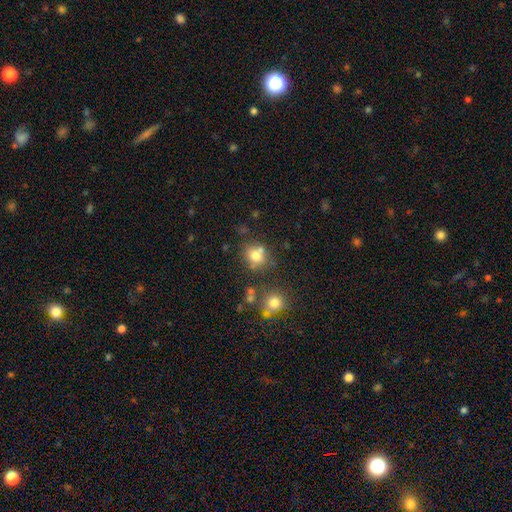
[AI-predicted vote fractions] This appears to be a smooth galaxy with no disk features (74%) that is round (73%). Merging: none (60%).